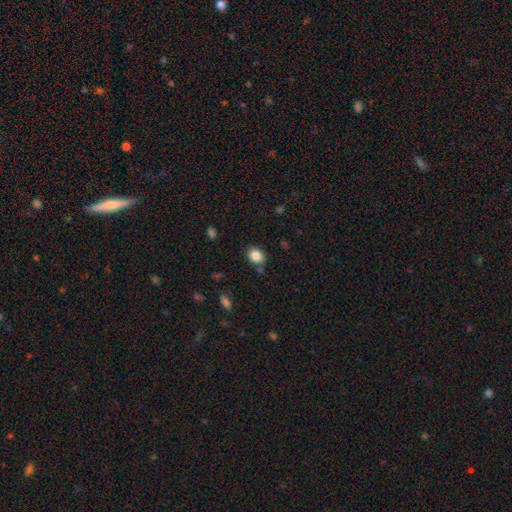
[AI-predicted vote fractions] Smooth or featured: smooth — 85% (star or artifact — 10%)
How rounded: round — 50% (in between — 49%)
Merging: none — 80% (minor disturbance — 12%)